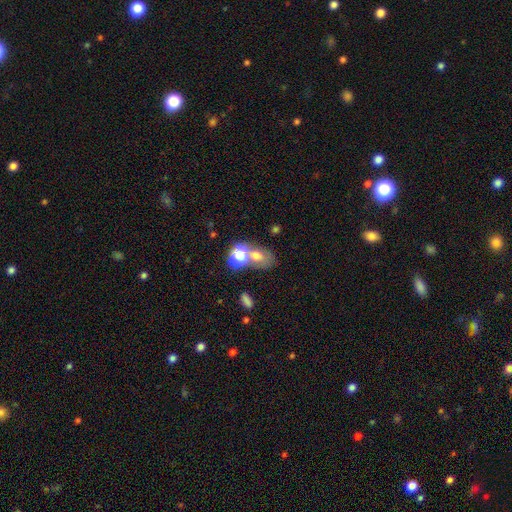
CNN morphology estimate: A smooth galaxy with no disk features (64%) that is in between round and cigar-shaped (59%).

Vote fractions:
- Smooth or featured? smooth: 64% / star or artifact: 20% / featured or disk: 16%
- How rounded? in between: 59% / round: 39% / cigar-shaped: 1%
- Merging? merger: 41% / none: 39% / minor disturbance: 12% / major disturbance: 9%